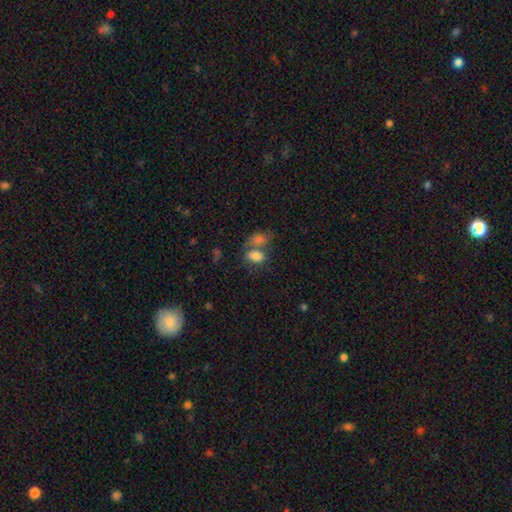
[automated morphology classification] This appears to be a smooth galaxy with no disk features (80%) that is in between round and cigar-shaped (84%). Merging: merger (53%).